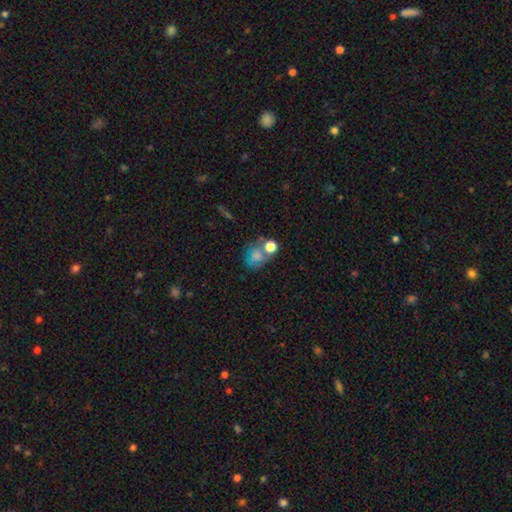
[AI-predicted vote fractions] A smooth galaxy with no disk features (62%) that is round (63%). Merging: none (43%).